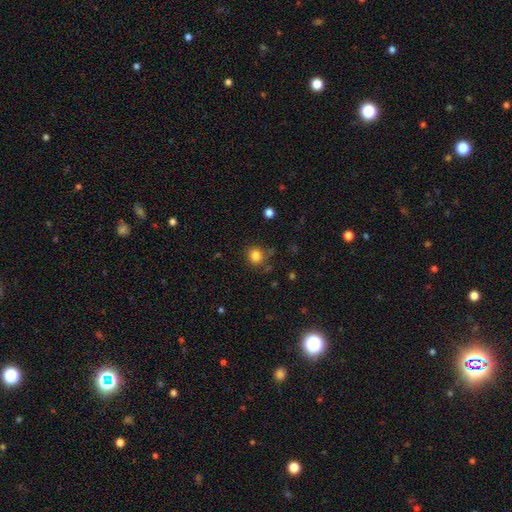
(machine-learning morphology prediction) A smooth galaxy with no disk features (83%) that is round (86%). Merging: none (77%).